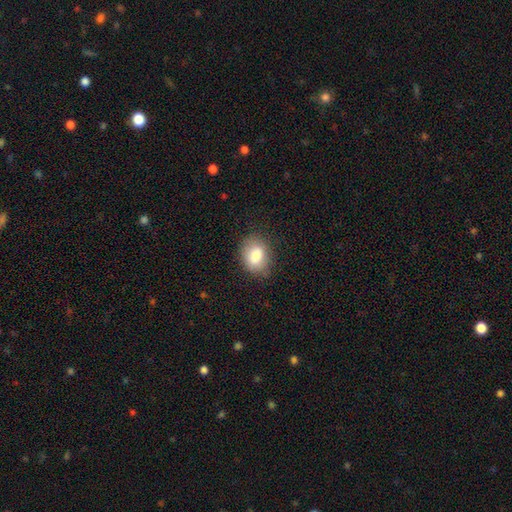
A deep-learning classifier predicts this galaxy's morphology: smooth 84%, featured or disk 8%, star or artifact 8%. Down the decision tree: how rounded — in between (65%); merging — none (77%).